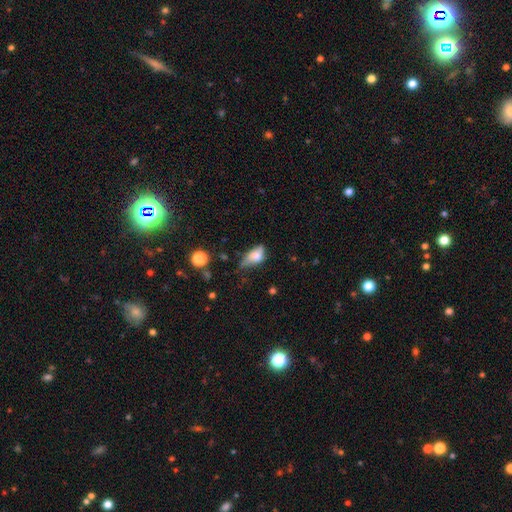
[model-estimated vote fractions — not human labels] A smooth galaxy with no disk features (69%) that is in between round and cigar-shaped (85%). Merging: minor disturbance (42%).